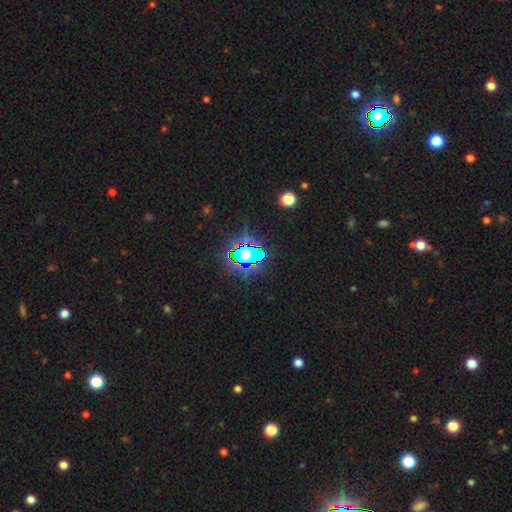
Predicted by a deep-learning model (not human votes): smooth-or-featured: star or artifact: 83% | smooth: 10% | featured or disk: 7%